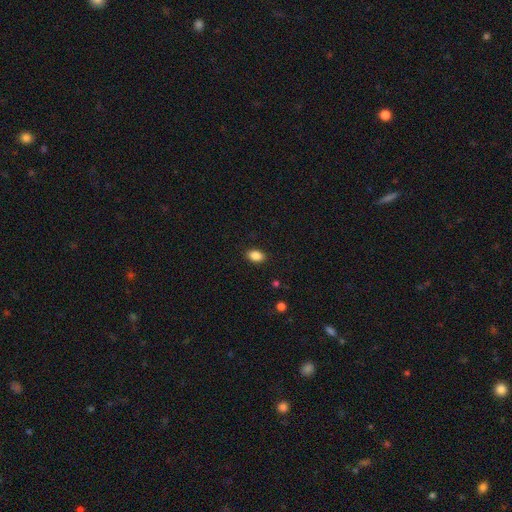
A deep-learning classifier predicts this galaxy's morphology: smooth_or_featured: smooth (p=0.87) [alt: star or artifact p=0.09]
how_rounded: in between (p=0.85) [alt: round p=0.14]
merging: none (p=0.89) [alt: minor disturbance p=0.08]